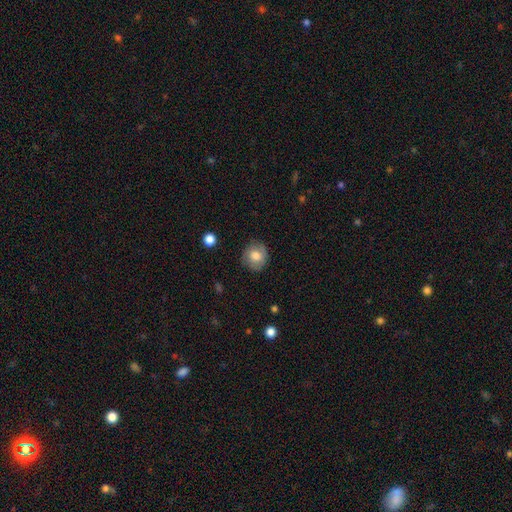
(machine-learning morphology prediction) smooth-or-featured: smooth: 74% | featured or disk: 18% | star or artifact: 8%
  how-rounded: round: 84% | in between: 15% | cigar-shaped: 1%
  merging: none: 81% | minor disturbance: 14% | major disturbance: 3% | merger: 1%